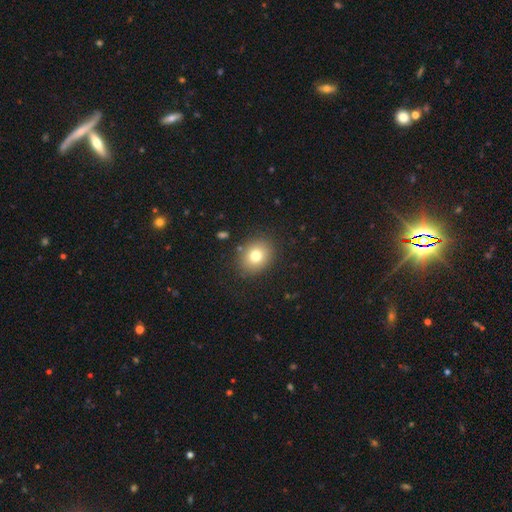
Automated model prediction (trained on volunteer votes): Smooth or featured? Predicted: smooth (p=0.77). How rounded? Predicted: round (p=0.63). Merging? Predicted: none (p=0.86).